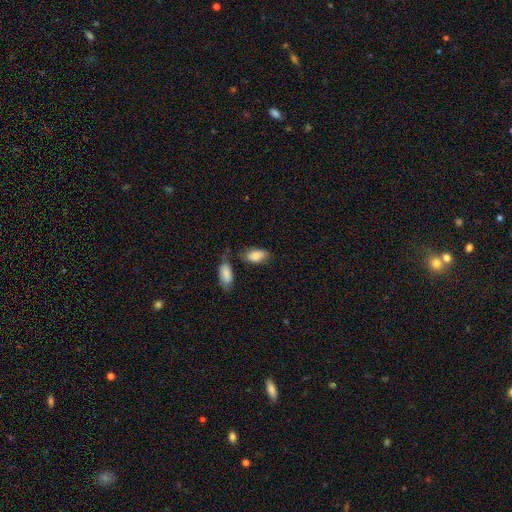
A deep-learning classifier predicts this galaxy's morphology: smooth-or-featured: smooth: 86% | featured or disk: 7% | star or artifact: 7%
  how-rounded: in between: 93% | cigar-shaped: 4% | round: 4%
  merging: none: 58% | minor disturbance: 22% | merger: 13% | major disturbance: 7%